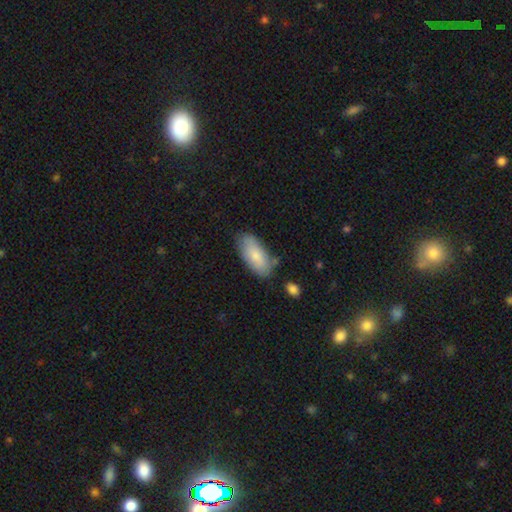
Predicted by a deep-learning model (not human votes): Smooth or featured?
  - smooth: 82% *
  - featured or disk: 13%
  - star or artifact: 6%
How rounded?
  - in between: 90% *
  - cigar-shaped: 8%
  - round: 2%
Merging?
  - none: 74% *
  - minor disturbance: 18%
  - merger: 4%
  - major disturbance: 4%